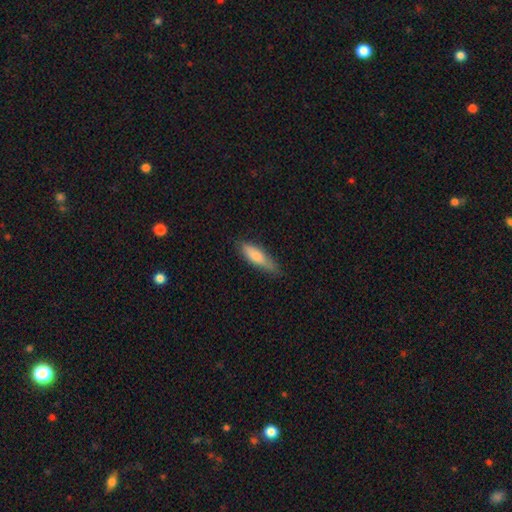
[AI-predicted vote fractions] smooth-or-featured: smooth: 75% | featured or disk: 19% | star or artifact: 6%
  how-rounded: cigar-shaped: 57% | in between: 41% | round: 2%
  merging: none: 71% | minor disturbance: 24% | major disturbance: 4% | merger: 1%